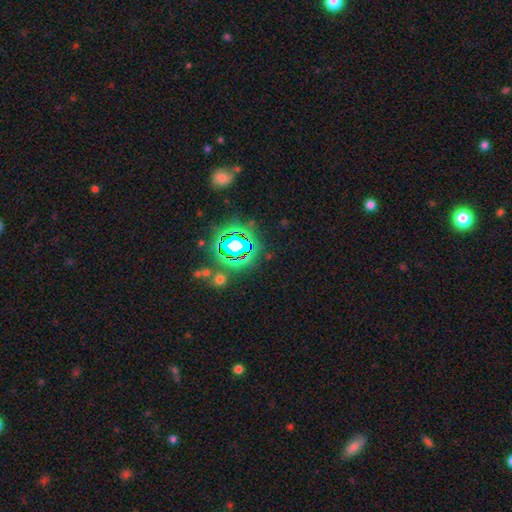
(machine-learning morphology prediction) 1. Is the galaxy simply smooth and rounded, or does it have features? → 78% star or artifact, 13% smooth, 9% featured or disk.